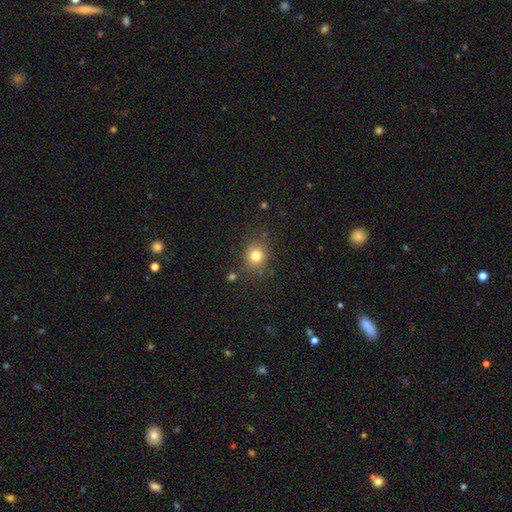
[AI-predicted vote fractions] smooth-or-featured: smooth: 79% | star or artifact: 13% | featured or disk: 8%
  how-rounded: round: 83% | in between: 16% | cigar-shaped: 1%
  merging: none: 82% | minor disturbance: 11% | merger: 4% | major disturbance: 4%